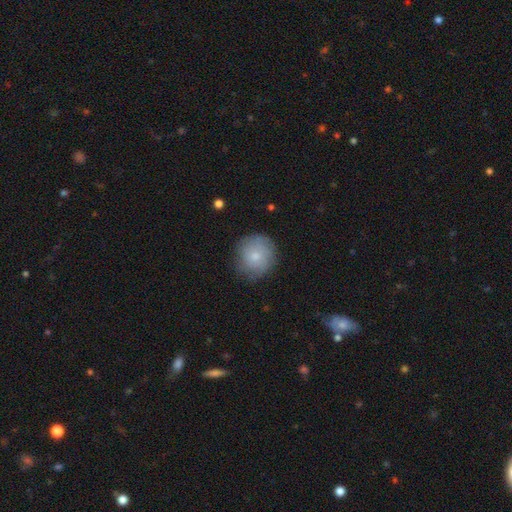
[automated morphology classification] type=smooth (69%); roundness=round (88%); merging=none (78%).